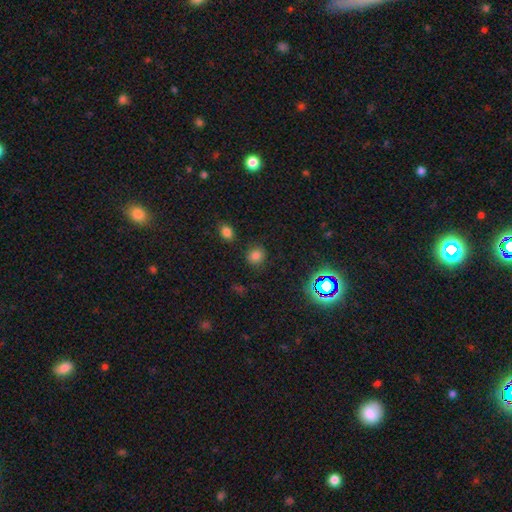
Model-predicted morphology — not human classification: A smooth galaxy with no disk features (76%) that is round (83%).

Vote fractions:
- Smooth or featured? smooth: 76% / star or artifact: 18% / featured or disk: 6%
- How rounded? round: 83% / in between: 16% / cigar-shaped: 1%
- Merging? none: 85% / minor disturbance: 9% / major disturbance: 3% / merger: 3%